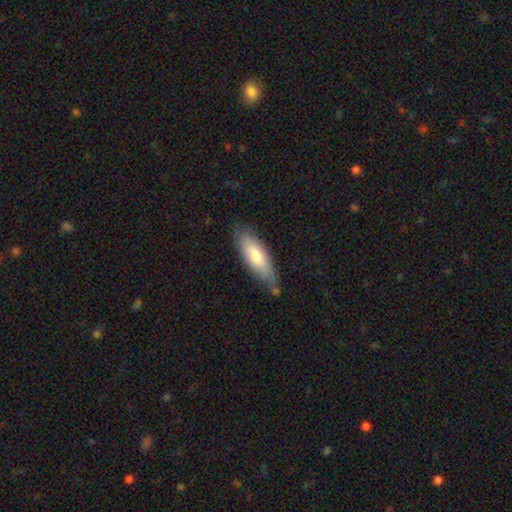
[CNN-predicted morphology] smooth_or_featured: smooth (p=0.71) [alt: featured or disk p=0.23]
how_rounded: in between (p=0.57) [alt: cigar-shaped p=0.41]
merging: none (p=0.67) [alt: minor disturbance p=0.24]